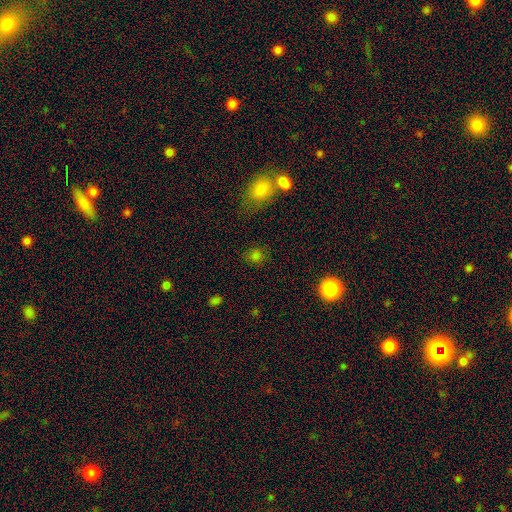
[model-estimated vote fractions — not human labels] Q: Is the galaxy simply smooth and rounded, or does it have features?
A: smooth — 74%.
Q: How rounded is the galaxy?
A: round — 73%.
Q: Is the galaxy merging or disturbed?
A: none — 77%.